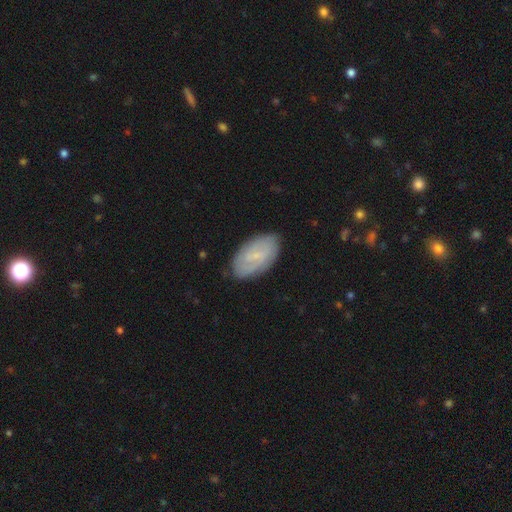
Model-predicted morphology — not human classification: The model was most divided on "smooth or featured": featured or disk: 48%, smooth: 45%, star or artifact: 7%. More confident: merging — none (82%).